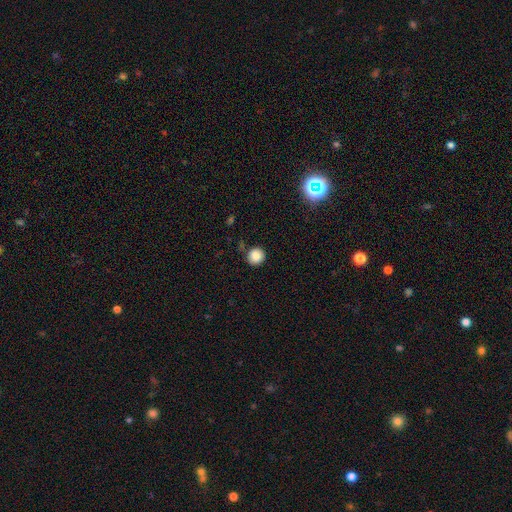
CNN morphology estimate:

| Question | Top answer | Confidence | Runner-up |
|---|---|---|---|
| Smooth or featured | smooth | 85% | star or artifact (10%) |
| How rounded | round | 92% | in between (7%) |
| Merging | none | 84% | minor disturbance (11%) |